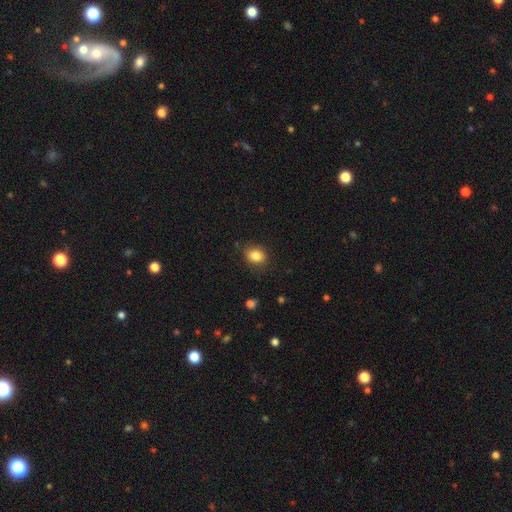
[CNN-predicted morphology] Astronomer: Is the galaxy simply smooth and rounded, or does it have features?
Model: smooth — 84%.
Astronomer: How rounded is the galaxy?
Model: in between — 54% (runner-up: round, 45%).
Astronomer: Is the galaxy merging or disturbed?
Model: none — 84%.